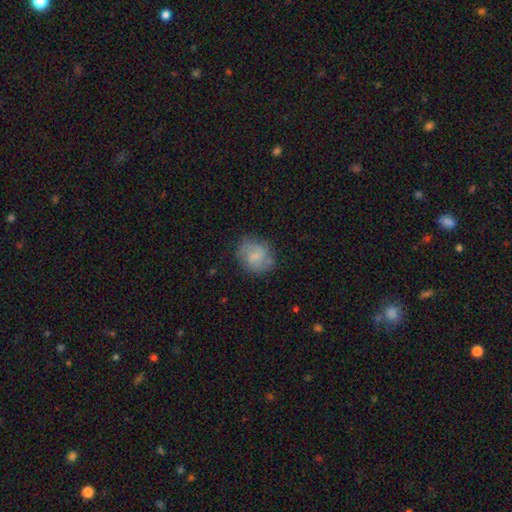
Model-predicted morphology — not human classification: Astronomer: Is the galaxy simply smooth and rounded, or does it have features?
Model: smooth — 50% (runner-up: featured or disk, 42%).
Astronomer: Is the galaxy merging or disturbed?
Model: none — 73%.